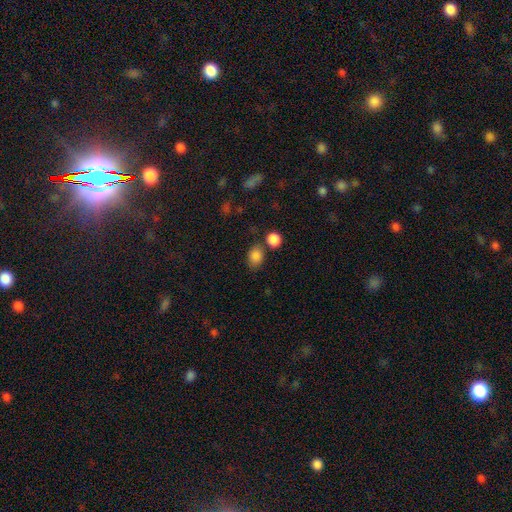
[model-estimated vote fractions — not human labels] This appears to be a smooth galaxy with no disk features (85%) that is in between round and cigar-shaped (63%). Merging: none (68%).